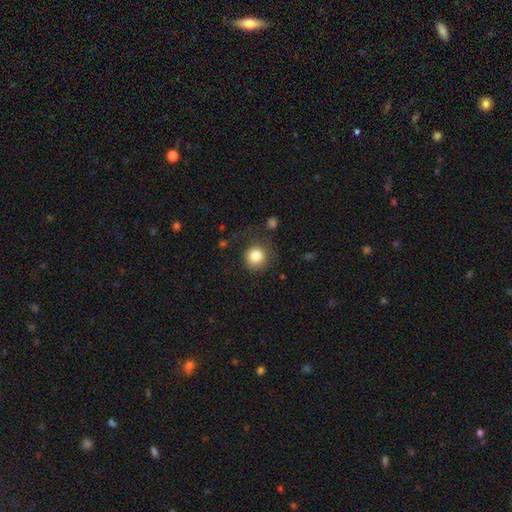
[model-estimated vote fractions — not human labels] This is clearly a smooth galaxy (83%). How rounded: clearly round (92%). Merging: likely none (79%).